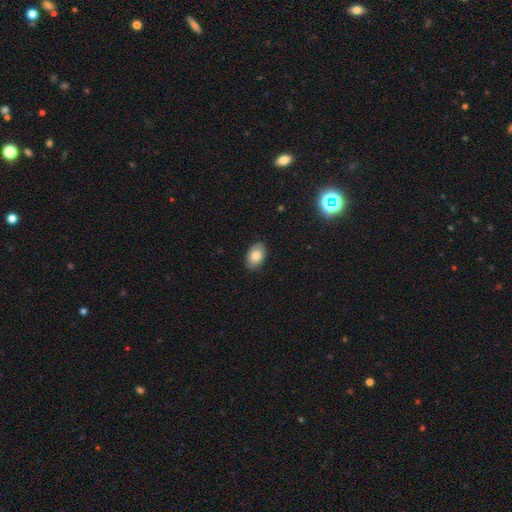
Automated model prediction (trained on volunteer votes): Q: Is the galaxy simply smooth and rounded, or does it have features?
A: smooth — 82%.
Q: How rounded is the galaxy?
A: in between — 90%.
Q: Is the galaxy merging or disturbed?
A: none — 88%.